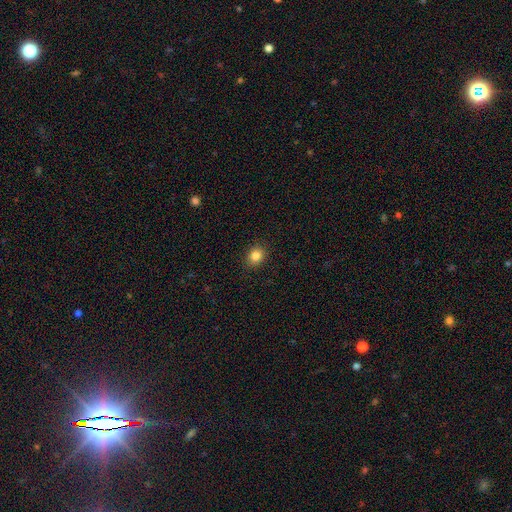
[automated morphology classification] Smooth or featured? Predicted: smooth (p=0.85). How rounded? Predicted: round (p=0.61). Merging? Predicted: none (p=0.89).